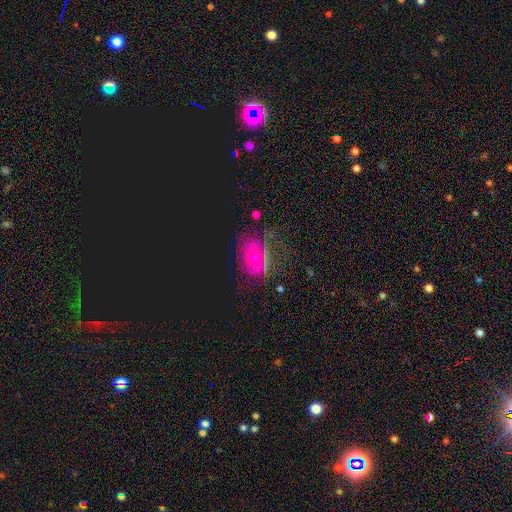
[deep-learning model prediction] Smooth or featured? Predicted: star or artifact (p=0.39).